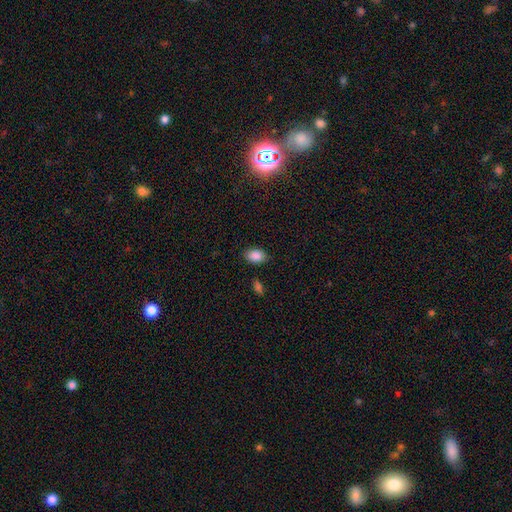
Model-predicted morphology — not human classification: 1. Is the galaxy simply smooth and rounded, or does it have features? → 88% smooth, 8% star or artifact, 4% featured or disk.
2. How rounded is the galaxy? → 85% in between, 14% round, 1% cigar-shaped.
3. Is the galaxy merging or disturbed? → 83% none, 12% minor disturbance, 3% major disturbance, 2% merger.